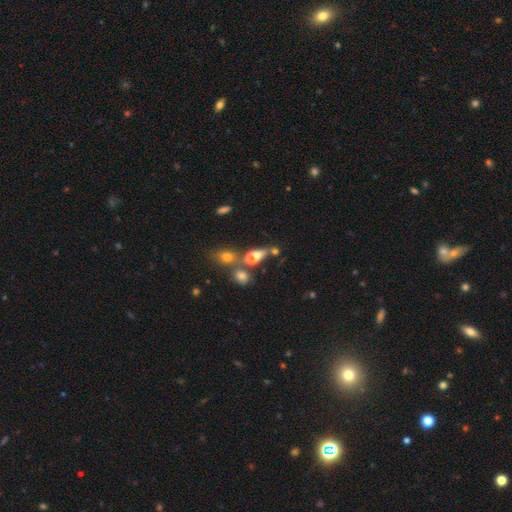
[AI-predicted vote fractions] This is likely a smooth galaxy (65%). How rounded: likely in between (65%). Merging: marginally merger (42%).